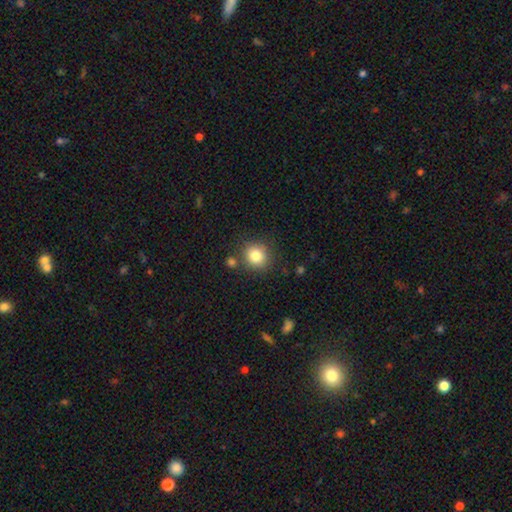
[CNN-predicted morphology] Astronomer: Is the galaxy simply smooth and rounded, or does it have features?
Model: smooth — 83%.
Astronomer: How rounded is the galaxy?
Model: round — 87%.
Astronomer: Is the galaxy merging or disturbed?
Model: none — 80%.